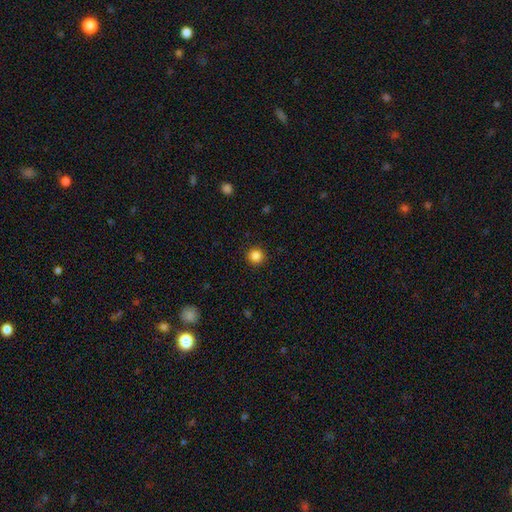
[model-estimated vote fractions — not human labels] The model was most divided on "smooth or featured": smooth: 84%, star or artifact: 12%, featured or disk: 4%. More confident: how rounded — round (95%); merging — none (92%).